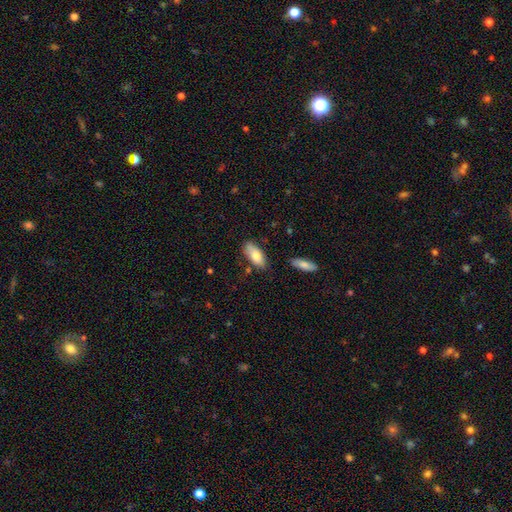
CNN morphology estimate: Smooth or featured: smooth — 79% (featured or disk — 15%)
How rounded: in between — 84% (cigar-shaped — 14%)
Merging: none — 73% (minor disturbance — 19%)